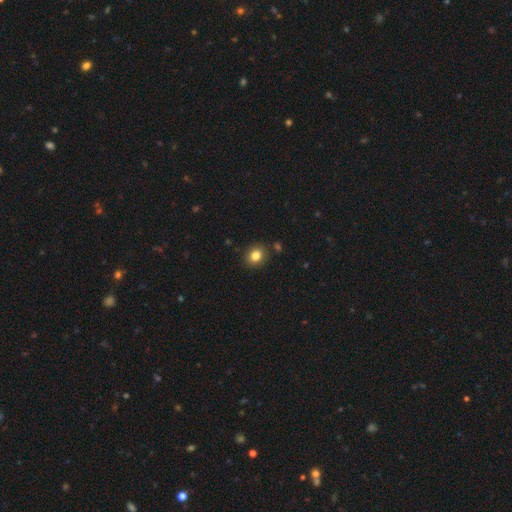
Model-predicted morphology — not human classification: Smooth or featured?
  - smooth: 83% *
  - star or artifact: 10%
  - featured or disk: 6%
How rounded?
  - round: 58% *
  - in between: 41%
  - cigar-shaped: 1%
Merging?
  - none: 87% *
  - minor disturbance: 9%
  - merger: 2%
  - major disturbance: 2%